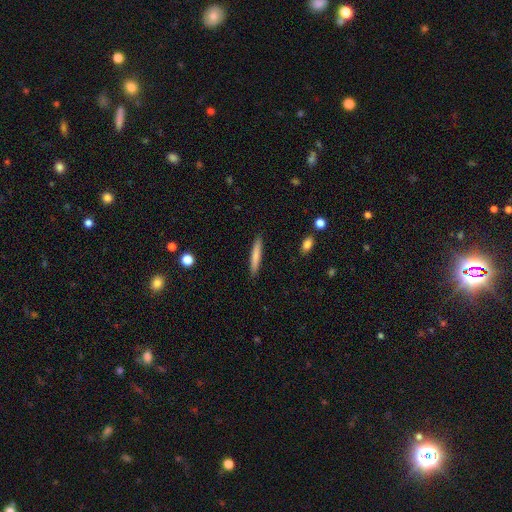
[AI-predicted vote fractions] smooth-or-featured: smooth: 75% | featured or disk: 19% | star or artifact: 6%
  how-rounded: cigar-shaped: 93% | in between: 5% | round: 1%
  merging: none: 91% | minor disturbance: 7% | major disturbance: 2% | merger: 1%